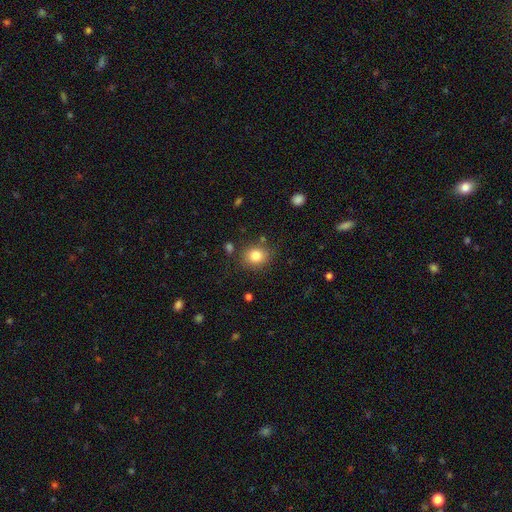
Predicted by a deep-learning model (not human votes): smooth-or-featured: smooth: 82% | star or artifact: 11% | featured or disk: 8%
  how-rounded: round: 73% | in between: 26% | cigar-shaped: 1%
  merging: none: 81% | minor disturbance: 12% | merger: 4% | major disturbance: 3%